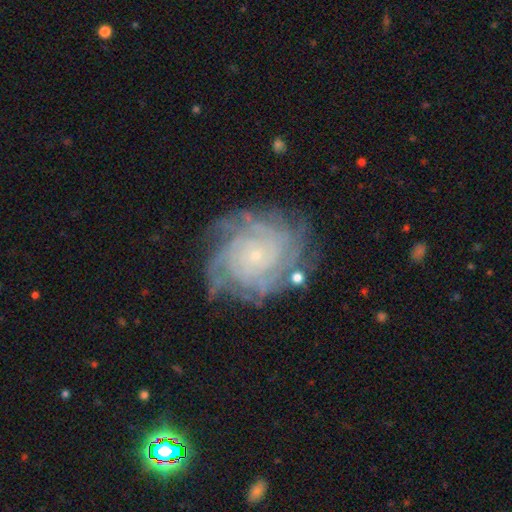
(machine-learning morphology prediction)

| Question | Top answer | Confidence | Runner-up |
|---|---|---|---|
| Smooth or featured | featured or disk | 88% | star or artifact (6%) |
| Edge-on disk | no | 98% | yes (2%) |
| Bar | no | 83% | weak (14%) |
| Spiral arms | yes | 97% | no (3%) |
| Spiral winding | tight | 80% | medium (17%) |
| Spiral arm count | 4 | 30% | more than 4 (24%) |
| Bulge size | small | 88% | moderate (7%) |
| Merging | none | 74% | minor disturbance (16%) |